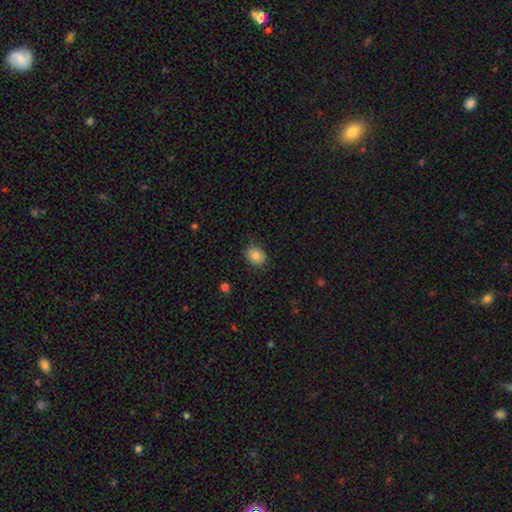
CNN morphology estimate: smooth-or-featured: smooth: 83% | star or artifact: 9% | featured or disk: 8%
  how-rounded: round: 52% | in between: 47% | cigar-shaped: 1%
  merging: none: 84% | minor disturbance: 12% | major disturbance: 3% | merger: 1%